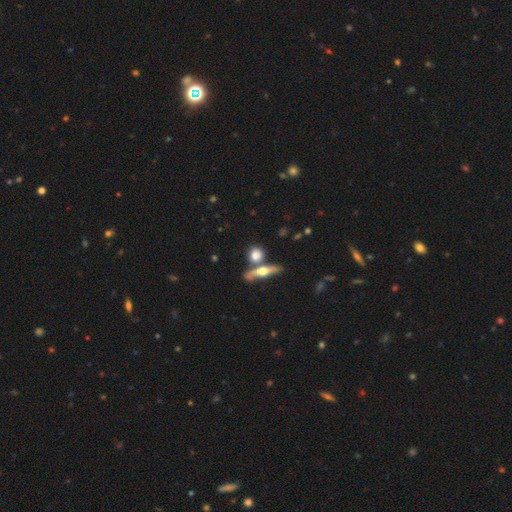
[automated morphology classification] A smooth galaxy with no disk features (65%) that is round (58%).

Vote fractions:
- Smooth or featured? smooth: 65% / featured or disk: 26% / star or artifact: 9%
- How rounded? round: 58% / in between: 25% / cigar-shaped: 18%
- Merging? none: 60% / merger: 25% / minor disturbance: 10% / major disturbance: 4%